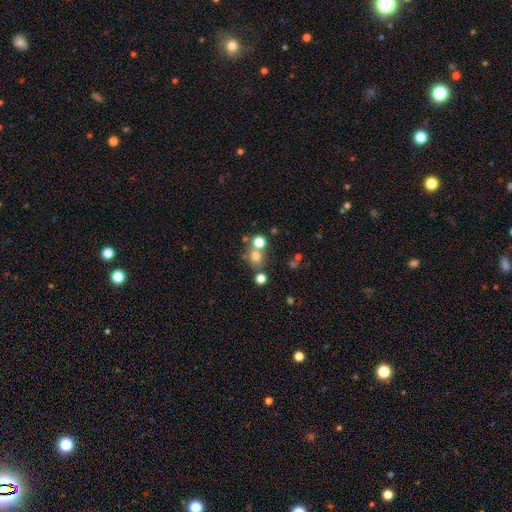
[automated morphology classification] The model was most divided on "merging": none: 56%, merger: 31%, minor disturbance: 8%, major disturbance: 5%. More confident: how rounded — round (78%); smooth or featured — smooth (68%).